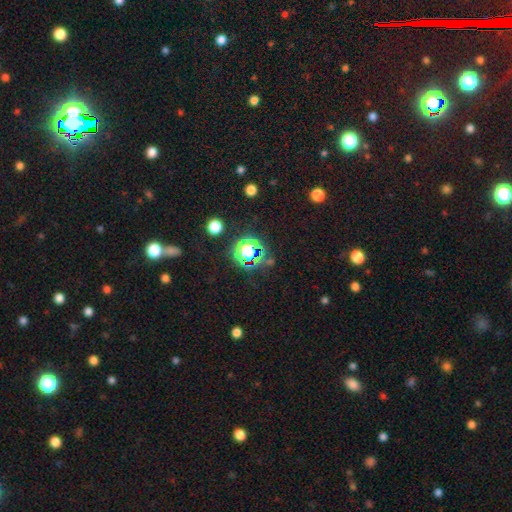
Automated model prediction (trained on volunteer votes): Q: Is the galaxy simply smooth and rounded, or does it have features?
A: star or artifact — 68%.